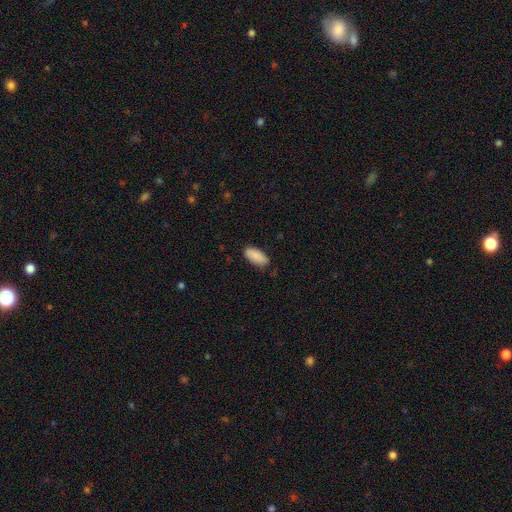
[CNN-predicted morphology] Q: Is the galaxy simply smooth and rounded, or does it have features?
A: smooth — 89%.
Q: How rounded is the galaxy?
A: in between — 89%.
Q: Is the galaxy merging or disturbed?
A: none — 82%.